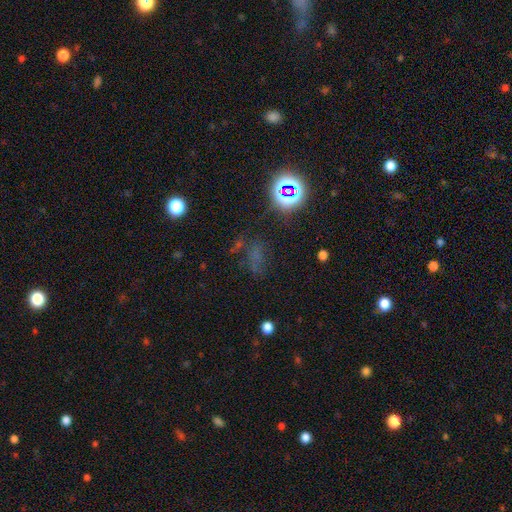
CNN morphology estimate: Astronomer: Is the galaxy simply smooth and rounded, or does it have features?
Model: star or artifact — 47% (runner-up: smooth, 40%).